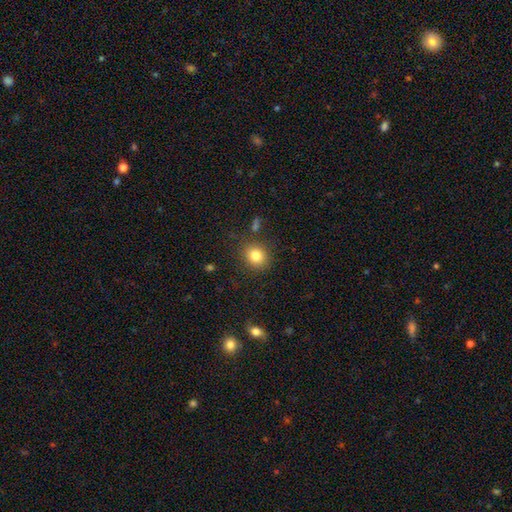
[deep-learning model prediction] Overall: smooth (82%). How rounded: round (82%). Merging: none (86%).